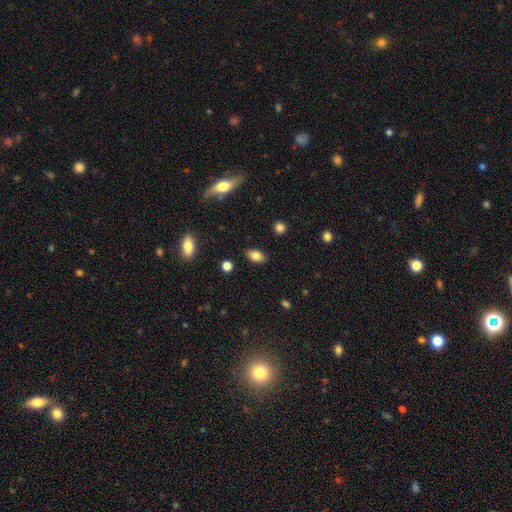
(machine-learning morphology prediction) smooth_or_featured: smooth (p=0.81) [alt: featured or disk p=0.10]
how_rounded: in between (p=0.88) [alt: round p=0.09]
merging: none (p=0.87) [alt: minor disturbance p=0.09]